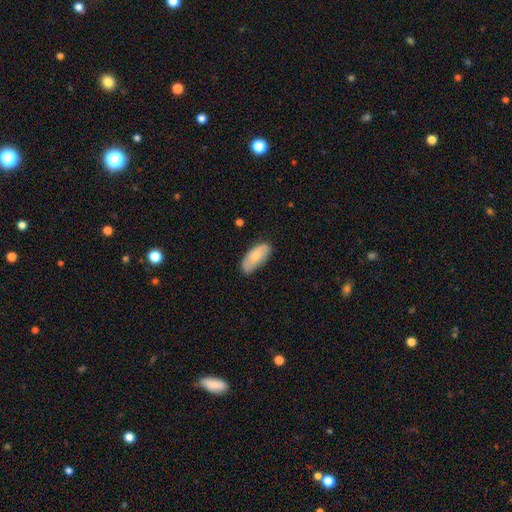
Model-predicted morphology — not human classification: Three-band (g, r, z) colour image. It shows a smooth galaxy with no disk features (73%) that is in between round and cigar-shaped (90%). Merging: none (74%).